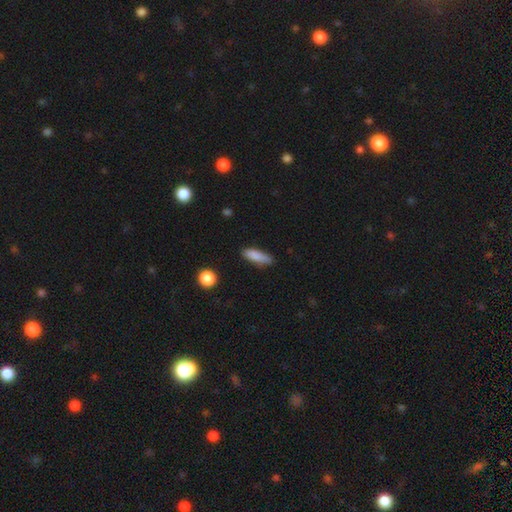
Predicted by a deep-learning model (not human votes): Smooth or featured? smooth (85%)
How rounded? cigar-shaped (61%)
Merging? none (80%)